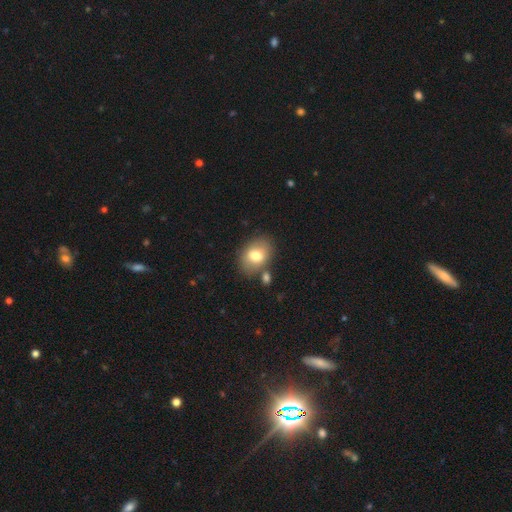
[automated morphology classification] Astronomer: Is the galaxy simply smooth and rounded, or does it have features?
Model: smooth — 74%.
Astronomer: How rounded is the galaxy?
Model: in between — 74%.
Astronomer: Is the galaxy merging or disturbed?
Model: none — 72%.